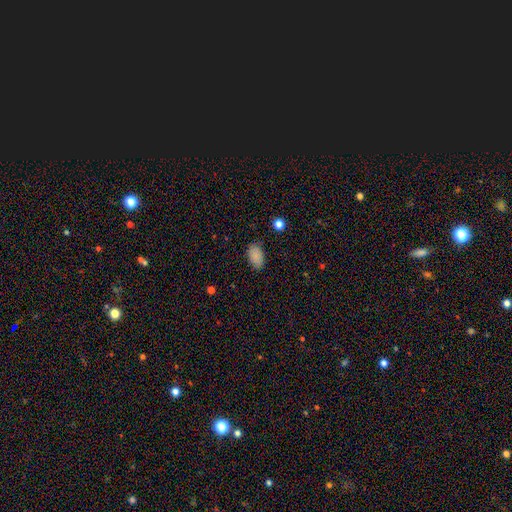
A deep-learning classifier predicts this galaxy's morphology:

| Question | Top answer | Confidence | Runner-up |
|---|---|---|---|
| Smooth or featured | smooth | 87% | star or artifact (9%) |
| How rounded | in between | 92% | round (7%) |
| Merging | none | 84% | minor disturbance (12%) |